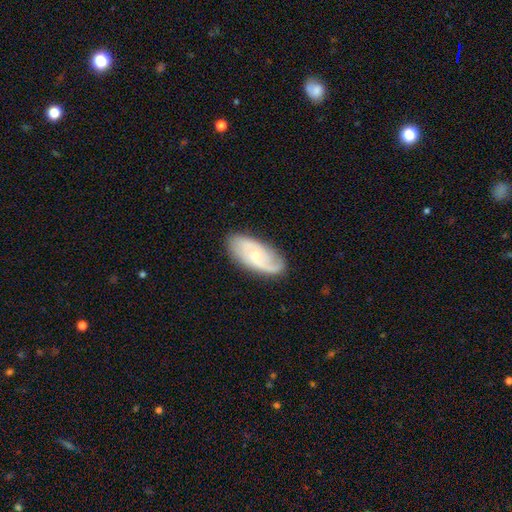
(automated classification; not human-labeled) Q: Smooth or featured?
A: featured or disk (72%); runner-up: smooth (22%)
Q: Edge-on disk?
A: no (93%); runner-up: yes (7%)
Q: Bar?
A: no (64%); runner-up: weak (31%)
Q: Spiral arms?
A: yes (92%); runner-up: no (8%)
Q: Spiral winding?
A: medium (44%); runner-up: tight (31%)
Q: Spiral arm count?
A: 2 (59%); runner-up: can't tell (19%)
Q: Bulge size?
A: small (64%); runner-up: moderate (31%)
Q: Merging?
A: none (79%); runner-up: minor disturbance (16%)